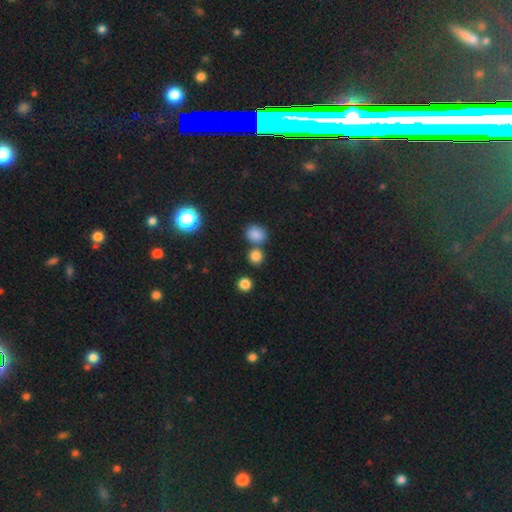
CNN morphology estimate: smooth 80%, star or artifact 15%, featured or disk 5%. Down the decision tree: how rounded — round (80%); merging — none (66%).